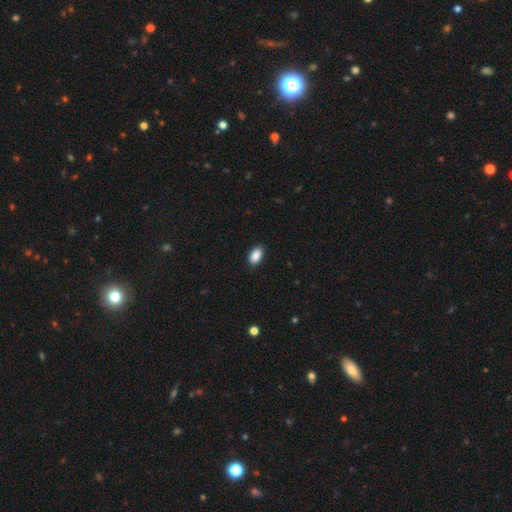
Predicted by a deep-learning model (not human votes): Overall: smooth (89%). How rounded: in between (92%). Merging: none (89%).